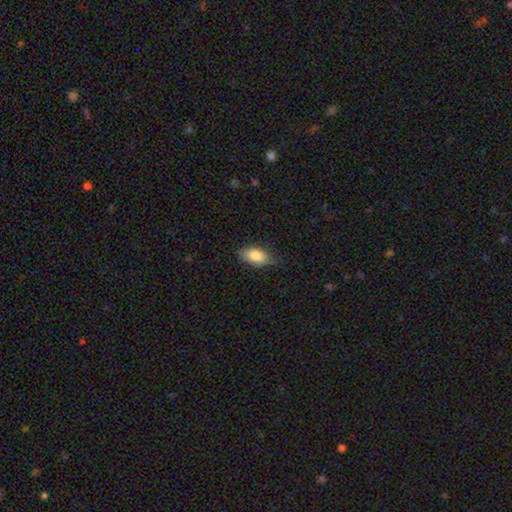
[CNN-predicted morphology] Smooth or featured? Predicted: smooth (p=0.83). How rounded? Predicted: in between (p=0.92). Merging? Predicted: none (p=0.75).